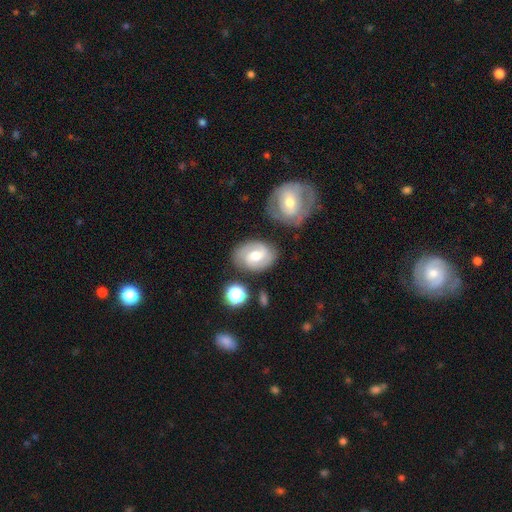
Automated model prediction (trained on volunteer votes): Smooth or featured? Predicted: featured or disk (p=0.67). Edge-on disk? Predicted: no (p=0.96). Bar? Predicted: weak (p=0.50). Spiral arms? Predicted: yes (p=0.87). Spiral winding? Predicted: medium (p=0.44). Spiral arm count? Predicted: 2 (p=0.79). Bulge size? Predicted: moderate (p=0.72). Merging? Predicted: none (p=0.73).